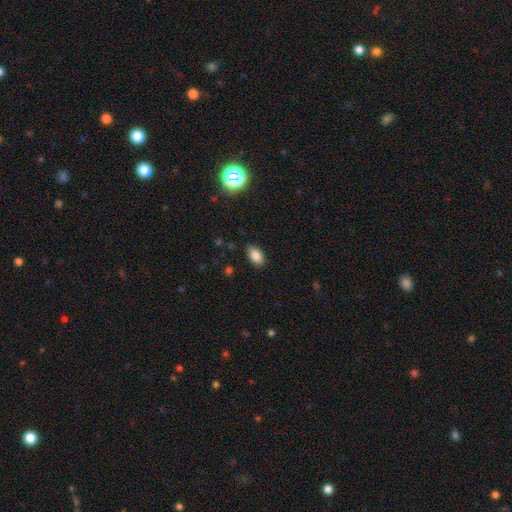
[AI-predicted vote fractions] Q: Smooth or featured?
A: smooth (85%); runner-up: star or artifact (9%)
Q: How rounded?
A: in between (92%); runner-up: round (6%)
Q: Merging?
A: none (85%); runner-up: minor disturbance (11%)